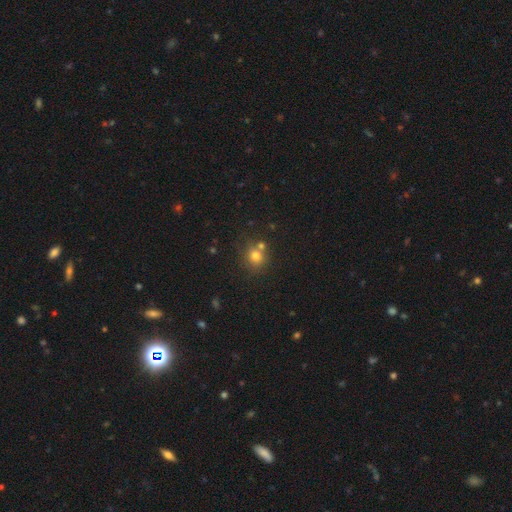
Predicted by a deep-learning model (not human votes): smooth-or-featured: smooth: 76% | star or artifact: 14% | featured or disk: 10%
  how-rounded: round: 81% | in between: 18% | cigar-shaped: 1%
  merging: none: 61% | merger: 24% | minor disturbance: 11% | major disturbance: 4%